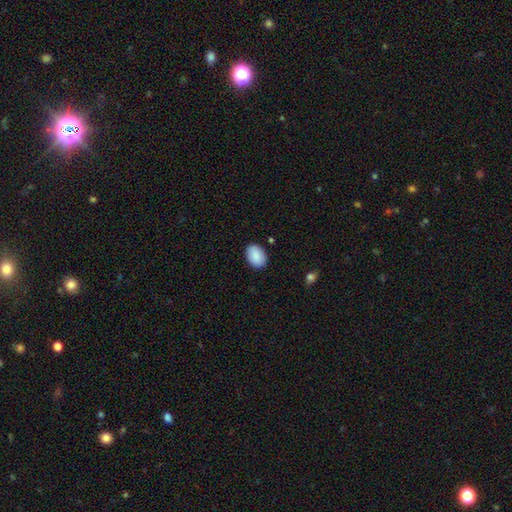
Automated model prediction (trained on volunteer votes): This is clearly a smooth galaxy (89%). How rounded: clearly in between (82%). Merging: clearly none (86%).